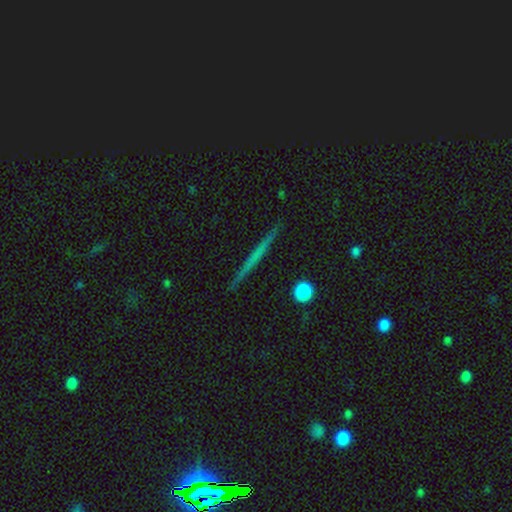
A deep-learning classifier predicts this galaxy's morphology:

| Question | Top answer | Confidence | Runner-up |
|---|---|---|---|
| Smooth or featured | featured or disk | 52% | smooth (40%) |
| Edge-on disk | yes | 97% | no (3%) |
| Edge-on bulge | none | 91% | rounded (6%) |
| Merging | none | 93% | minor disturbance (5%) |